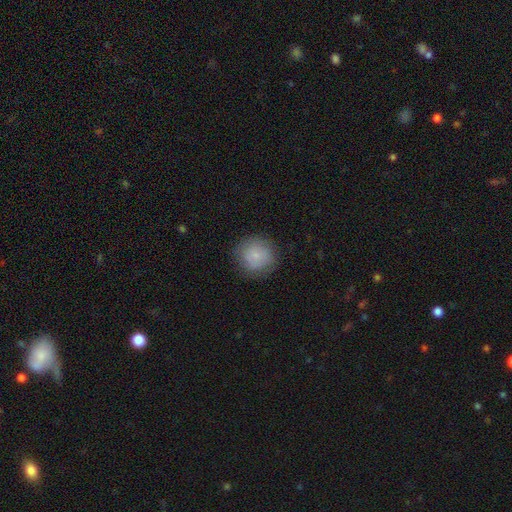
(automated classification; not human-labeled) A smooth galaxy with no disk features (83%) that is round (91%). Merging: none (83%).